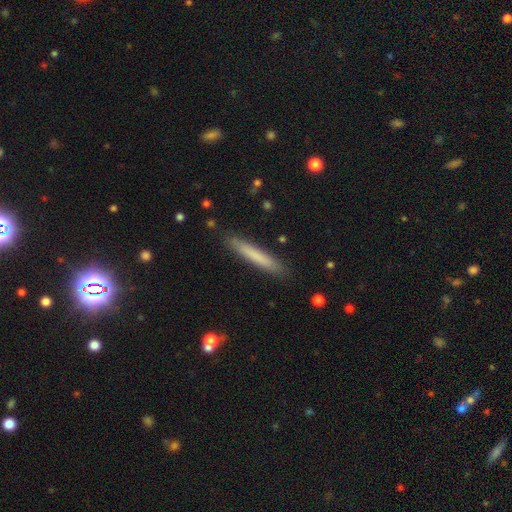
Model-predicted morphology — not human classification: Q: Smooth or featured?
A: smooth (73%); runner-up: featured or disk (20%)
Q: How rounded?
A: cigar-shaped (95%); runner-up: in between (4%)
Q: Merging?
A: none (88%); runner-up: minor disturbance (9%)